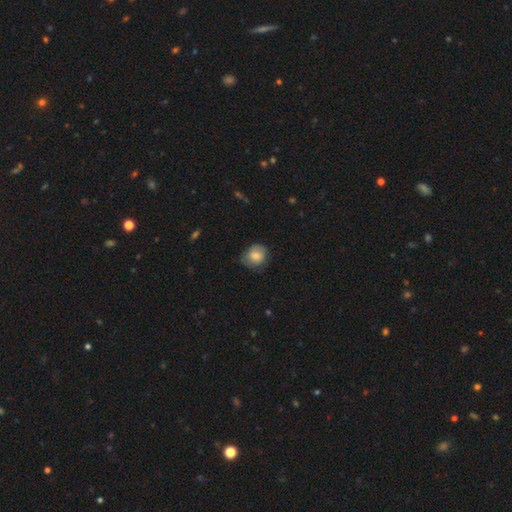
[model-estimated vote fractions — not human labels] A smooth galaxy with no disk features (77%) that is round (70%). Merging: none (60%).